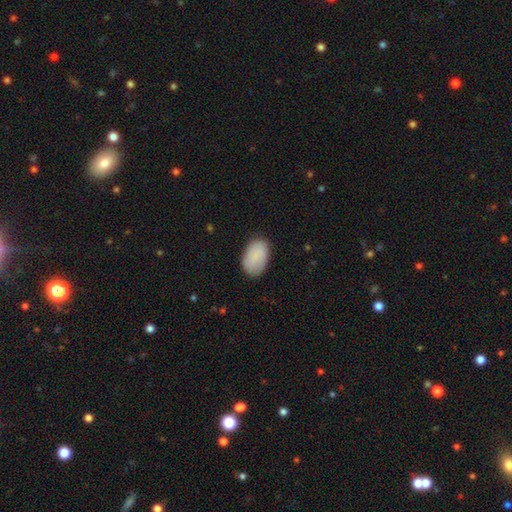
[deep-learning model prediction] A smooth galaxy with no disk features (86%) that is in between round and cigar-shaped (91%).

Vote fractions:
- Smooth or featured? smooth: 86% / featured or disk: 7% / star or artifact: 6%
- How rounded? in between: 91% / round: 7% / cigar-shaped: 1%
- Merging? none: 80% / minor disturbance: 15% / major disturbance: 3% / merger: 1%